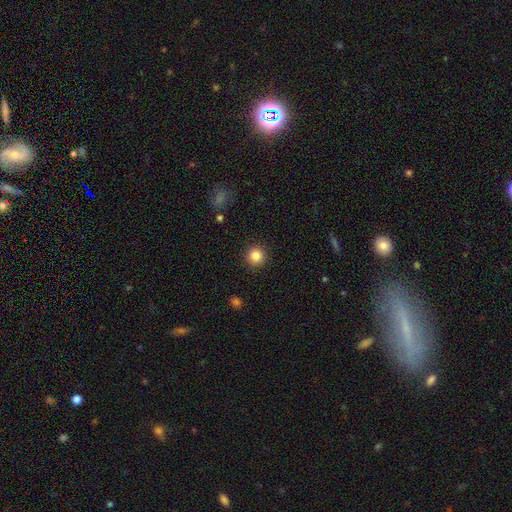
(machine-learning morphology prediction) Smooth or featured? smooth (85%)
How rounded? round (95%)
Merging? none (91%)